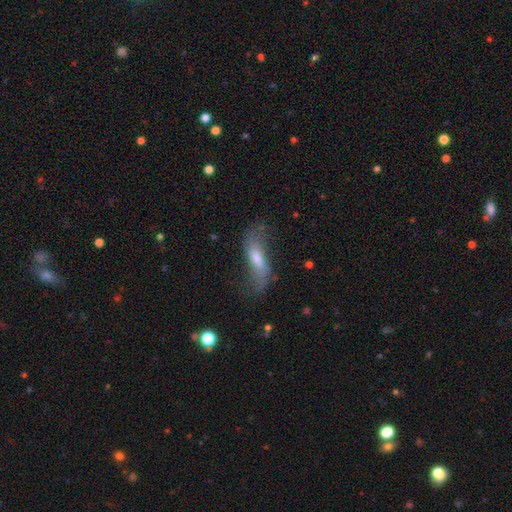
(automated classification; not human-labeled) A featured or disk galaxy (52%). Merging: none (56%).